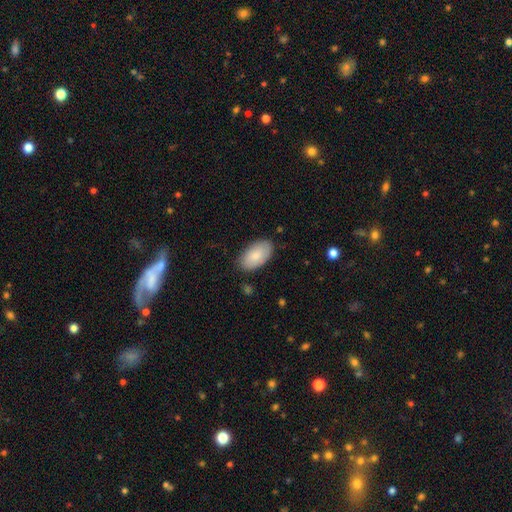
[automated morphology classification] This is clearly a smooth galaxy (84%). How rounded: clearly in between (96%). Merging: clearly none (83%).